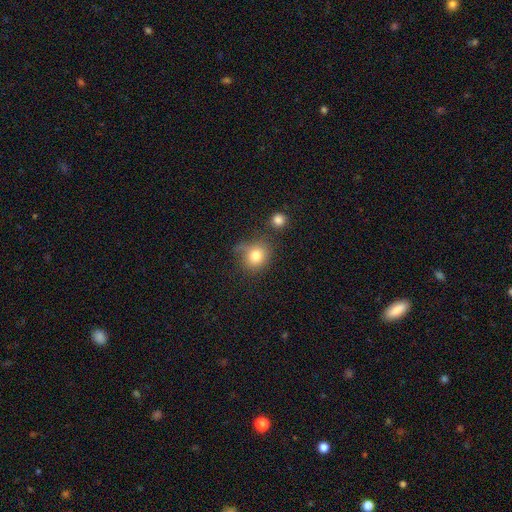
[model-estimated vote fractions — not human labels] Smooth or featured? Predicted: smooth (p=0.77). How rounded? Predicted: round (p=0.76). Merging? Predicted: none (p=0.56).